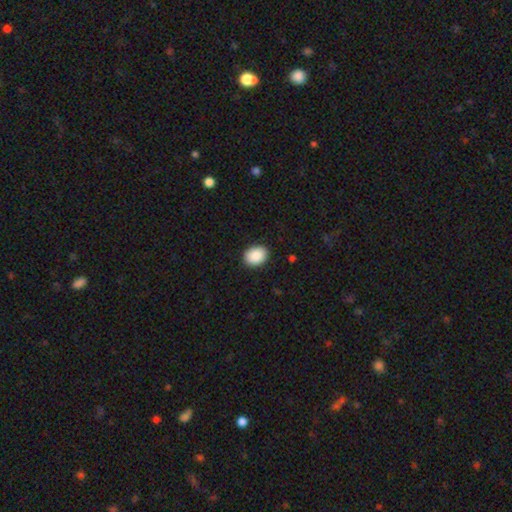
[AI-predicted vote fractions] Morphology: type=smooth (89%); roundness=in between (60%); merging=none (90%).